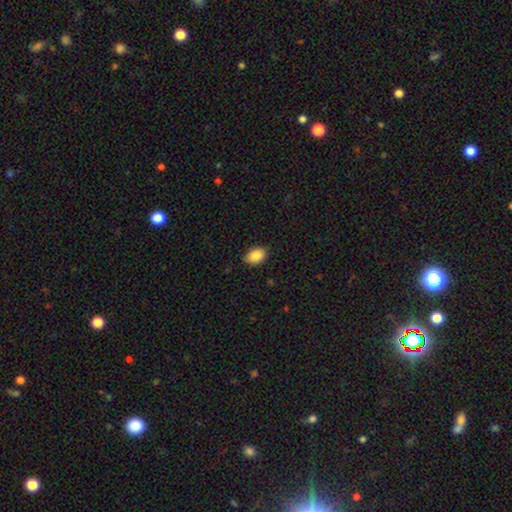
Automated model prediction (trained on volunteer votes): Smooth or featured? Predicted: smooth (p=0.87). How rounded? Predicted: in between (p=0.82). Merging? Predicted: none (p=0.85).